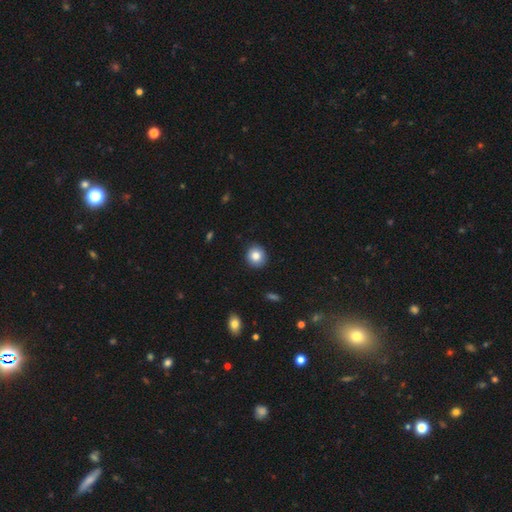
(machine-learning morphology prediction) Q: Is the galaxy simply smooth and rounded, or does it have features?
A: smooth — 83%.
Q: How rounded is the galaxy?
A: round — 85%.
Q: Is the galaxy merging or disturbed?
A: none — 91%.